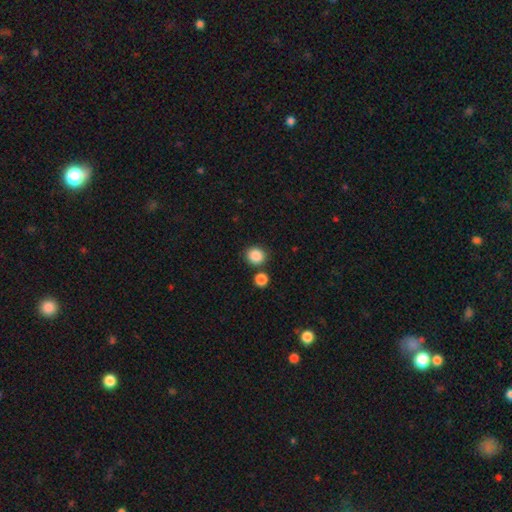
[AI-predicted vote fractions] smooth_or_featured: smooth (p=0.87) [alt: star or artifact p=0.09]
how_rounded: round (p=0.85) [alt: in between p=0.14]
merging: none (p=0.81) [alt: merger p=0.09]